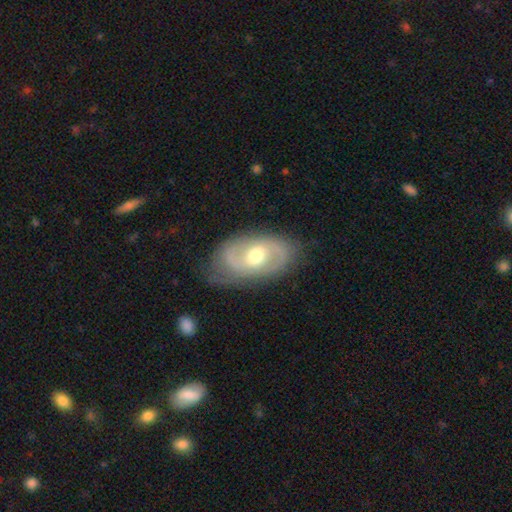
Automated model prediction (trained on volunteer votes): smooth-or-featured: featured or disk: 74% | smooth: 21% | star or artifact: 5%
  disk-edge-on: no: 95% | yes: 5%
    bar: no: 45% | weak: 43% | strong: 12%
    has-spiral-arms: yes: 82% | no: 18%
      spiral-winding: medium: 45% | tight: 34% | loose: 21%
      spiral-arm-count: 2: 78% | can't tell: 13% | 1: 4% | 3: 2% | 4: 1% | more than 4: 1%
    bulge-size: moderate: 73% | small: 15% | large: 10% | dominant: 1% | none: 1%
  merging: none: 72% | minor disturbance: 19% | major disturbance: 8% | merger: 1%